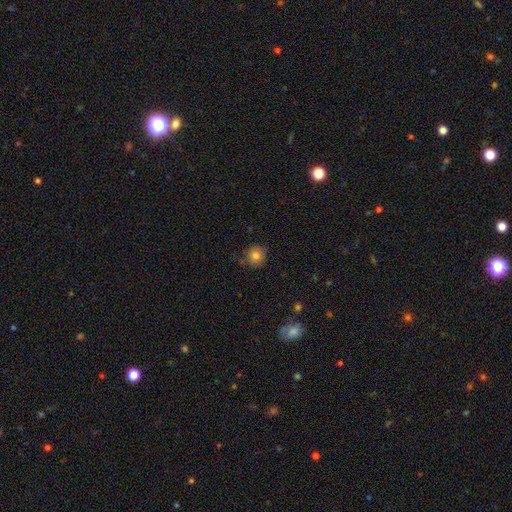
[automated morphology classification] The model was most divided on "merging": none: 75%, minor disturbance: 19%, major disturbance: 5%, merger: 2%. More confident: how rounded — round (91%); smooth or featured — smooth (78%).